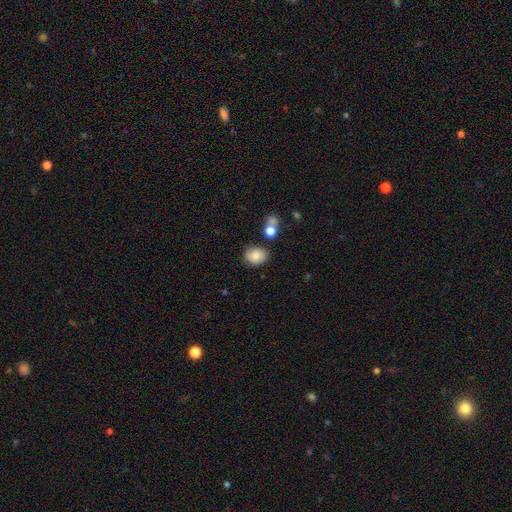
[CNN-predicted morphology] A smooth galaxy with no disk features (81%) that is in between round and cigar-shaped (52%). Merging: none (73%).